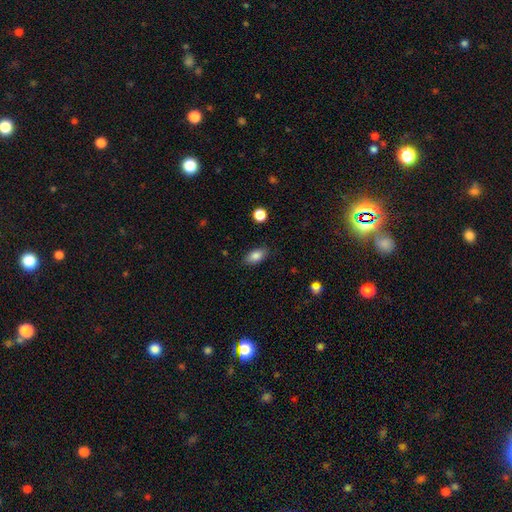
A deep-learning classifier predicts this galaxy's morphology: Q: Smooth or featured?
A: smooth (84%); runner-up: star or artifact (8%)
Q: How rounded?
A: in between (88%); runner-up: round (7%)
Q: Merging?
A: none (85%); runner-up: minor disturbance (11%)